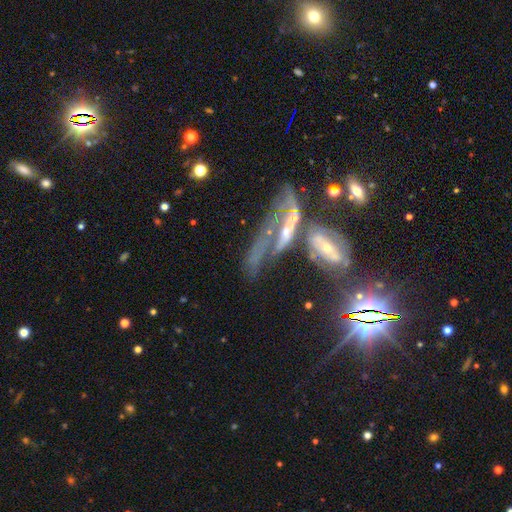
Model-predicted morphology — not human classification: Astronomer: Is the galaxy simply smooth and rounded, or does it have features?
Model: featured or disk — 60%.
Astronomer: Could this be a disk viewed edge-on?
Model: no — 70%.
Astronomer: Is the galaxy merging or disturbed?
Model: merger — 46%.